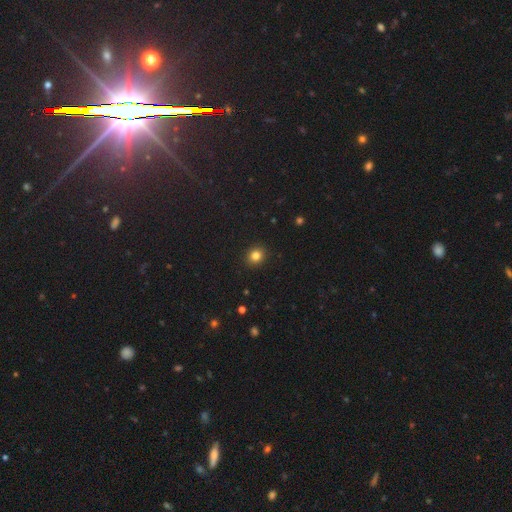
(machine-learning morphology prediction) smooth 82%, star or artifact 12%, featured or disk 5%. Down the decision tree: how rounded — round (79%); merging — none (92%).